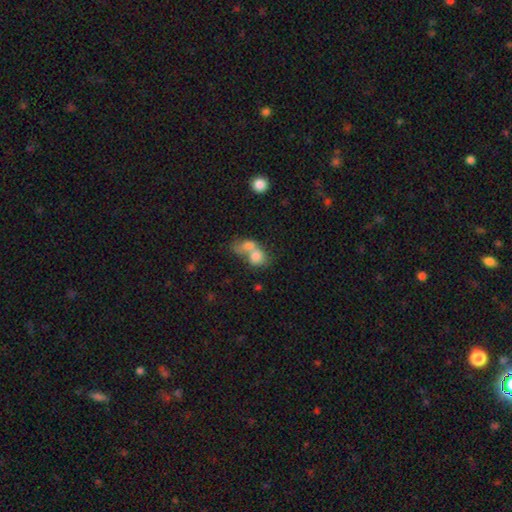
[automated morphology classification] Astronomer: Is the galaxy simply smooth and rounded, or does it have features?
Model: smooth — 75%.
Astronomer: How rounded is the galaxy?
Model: in between — 50% (runner-up: round, 48%).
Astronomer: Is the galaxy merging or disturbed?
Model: merger — 73%.